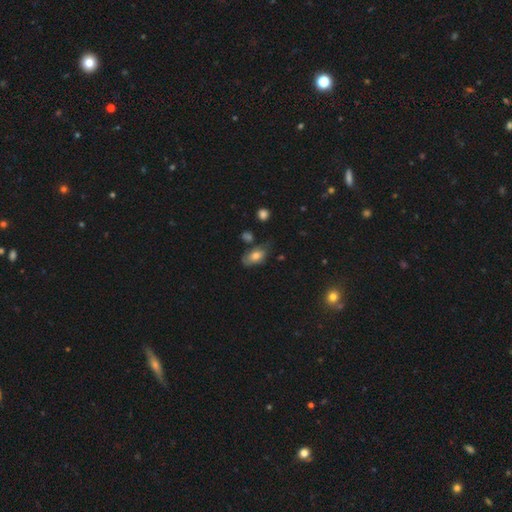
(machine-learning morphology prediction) Smooth or featured? smooth (67%)
How rounded? in between (89%)
Merging? none (46%)